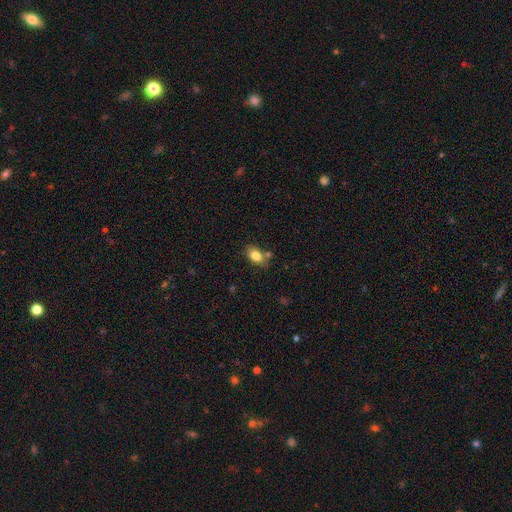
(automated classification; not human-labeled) Smooth or featured? Predicted: smooth (p=0.81). How rounded? Predicted: in between (p=0.82). Merging? Predicted: none (p=0.66).